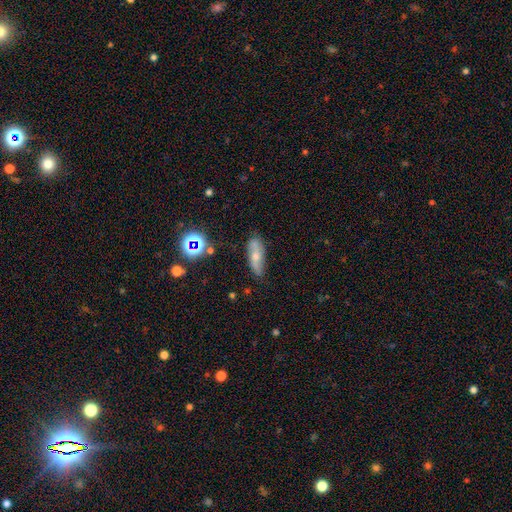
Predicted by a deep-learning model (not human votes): smooth 48%, featured or disk 41%, star or artifact 11%. Down the decision tree: merging — none (72%).